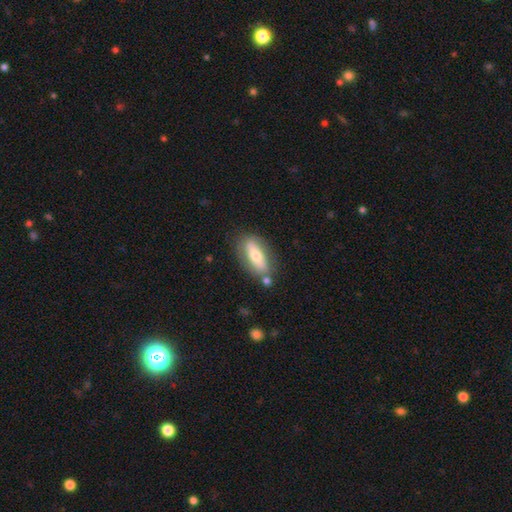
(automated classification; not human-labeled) smooth_or_featured: smooth (p=0.55) [alt: featured or disk p=0.38]
how_rounded: in between (p=0.71) [alt: cigar-shaped p=0.26]
merging: none (p=0.74) [alt: minor disturbance p=0.15]